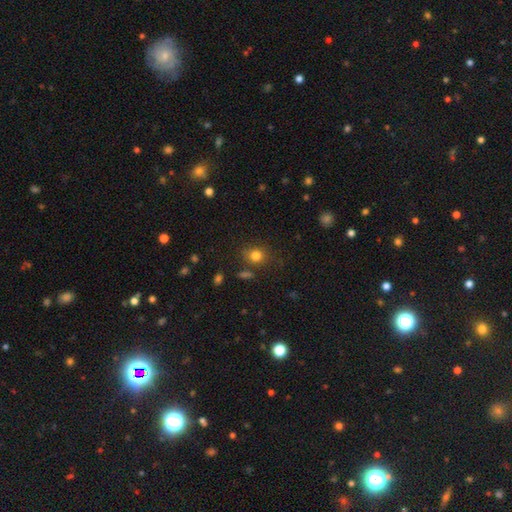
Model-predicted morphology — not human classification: type=smooth (81%); roundness=round (71%); merging=none (77%).